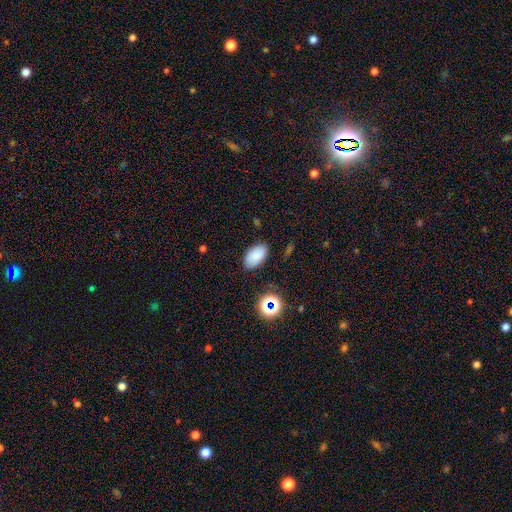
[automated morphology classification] A smooth galaxy with no disk features (82%) that is in between round and cigar-shaped (94%). Merging: none (84%).